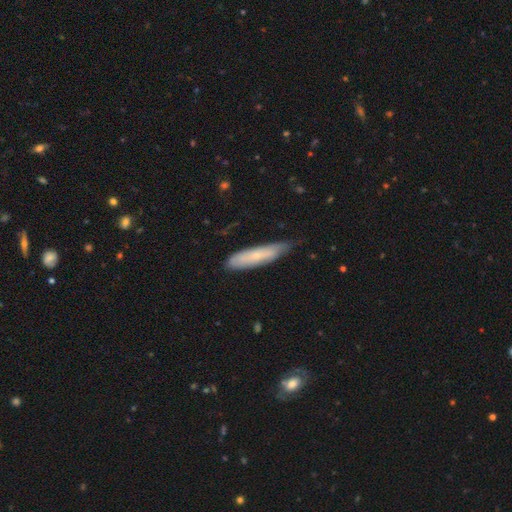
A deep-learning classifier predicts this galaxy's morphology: type=smooth (60%); roundness=cigar-shaped (79%); merging=none (68%).